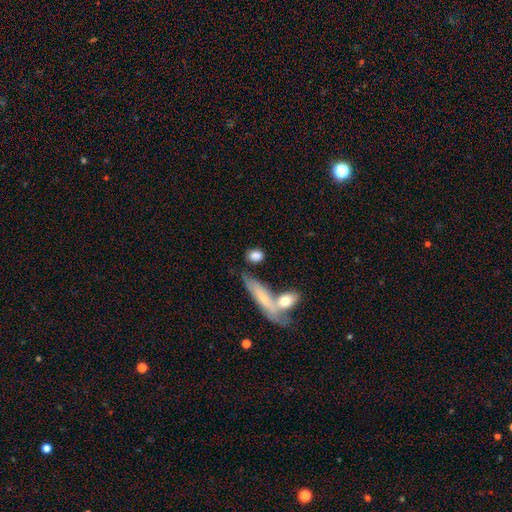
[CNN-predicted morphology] Smooth or featured: smooth — 78% (featured or disk — 14%)
How rounded: in between — 59% (round — 24%)
Merging: none — 55% (merger — 23%)